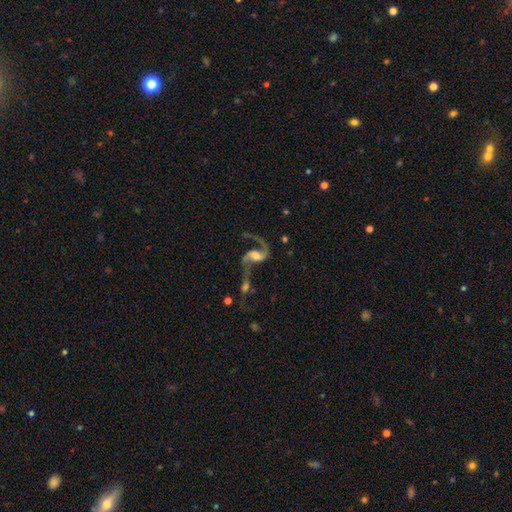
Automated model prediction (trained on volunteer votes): This appears to be a featured or disk galaxy (85%) with a weak bar (42%), 2 (85%) loose (72%) spiral arms (95%) and a moderate central bulge (39%). Merging: none (35%).